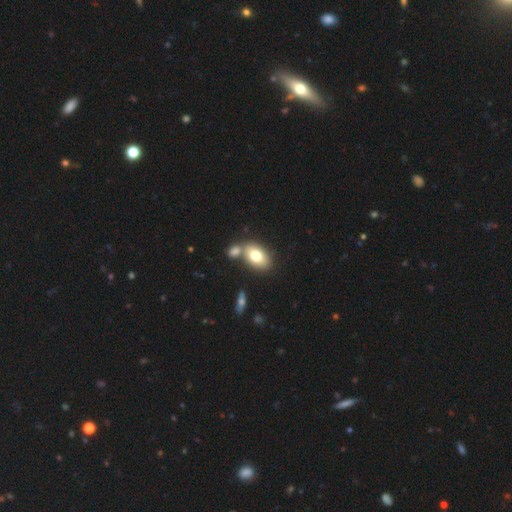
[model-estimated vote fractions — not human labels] smooth_or_featured: smooth (p=0.75) [alt: featured or disk p=0.17]
how_rounded: in between (p=0.87) [alt: round p=0.11]
merging: none (p=0.55) [alt: merger p=0.32]